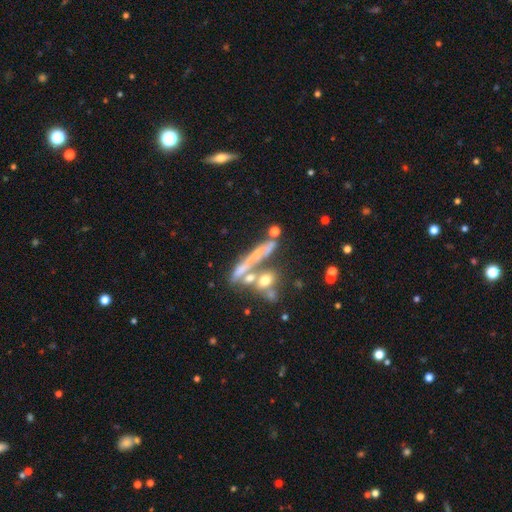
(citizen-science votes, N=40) Smooth or featured: featured or disk — 68% (smooth — 20%)
Edge-on disk: yes — 63% (no — 37%)
Edge-on bulge: none — 76% (rounded — 24%)
Merging: merger — 34% (major disturbance — 29%)